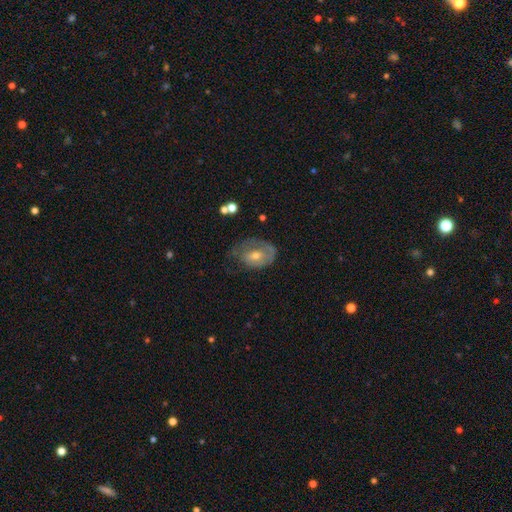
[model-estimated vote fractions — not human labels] Morphology: type=featured or disk (51%); edge-on=no (94%); merging=none (40%).